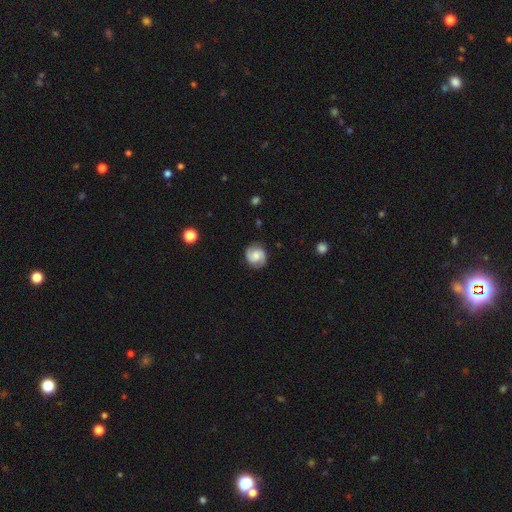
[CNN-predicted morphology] This appears to be a featured or disk galaxy (72%) with no bar (53%), 2 (91%) medium (47%) spiral arms (96%) and a moderate central bulge (45%). Merging: none (85%).